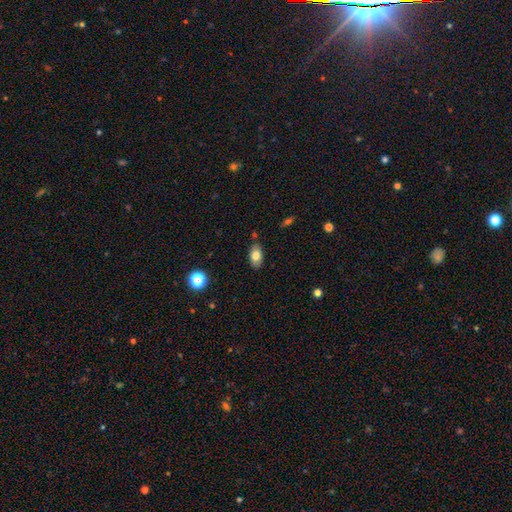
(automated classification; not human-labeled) This is likely a smooth galaxy (79%). How rounded: clearly in between (89%). Merging: clearly none (82%).